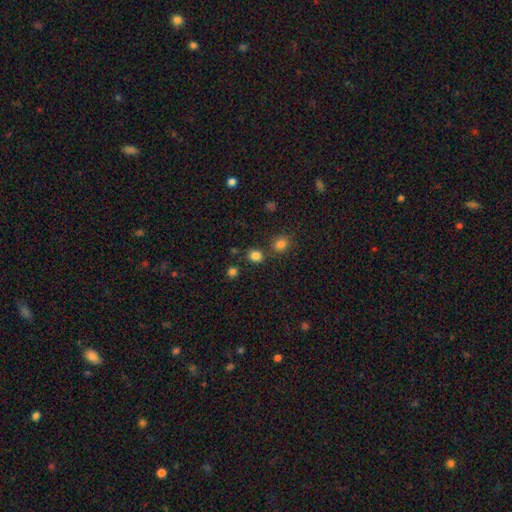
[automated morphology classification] Smooth or featured?
  - smooth: 82% *
  - star or artifact: 14%
  - featured or disk: 4%
How rounded?
  - round: 73% *
  - in between: 26%
  - cigar-shaped: 1%
Merging?
  - none: 77% *
  - merger: 11%
  - minor disturbance: 8%
  - major disturbance: 3%